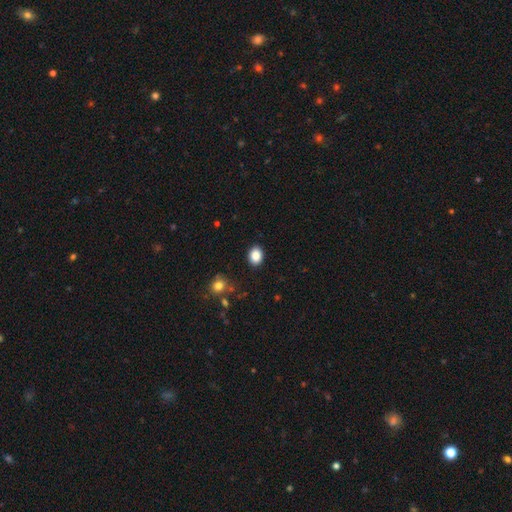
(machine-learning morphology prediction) smooth-or-featured: smooth: 88% | star or artifact: 9% | featured or disk: 4%
  how-rounded: in between: 59% | round: 40% | cigar-shaped: 1%
  merging: none: 89% | minor disturbance: 7% | major disturbance: 2% | merger: 1%